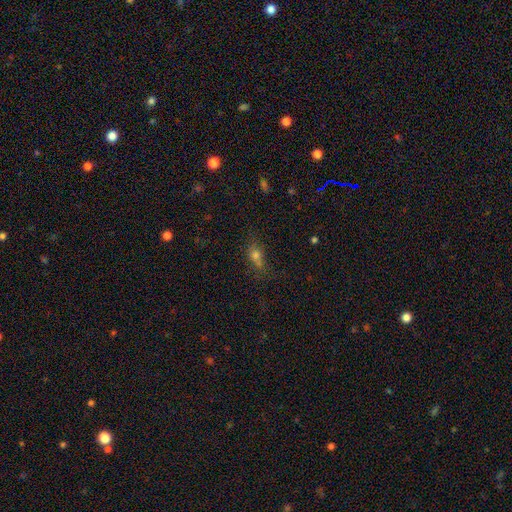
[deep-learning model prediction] A smooth galaxy with no disk features (57%) that is in between round and cigar-shaped (55%). Merging: none (55%).